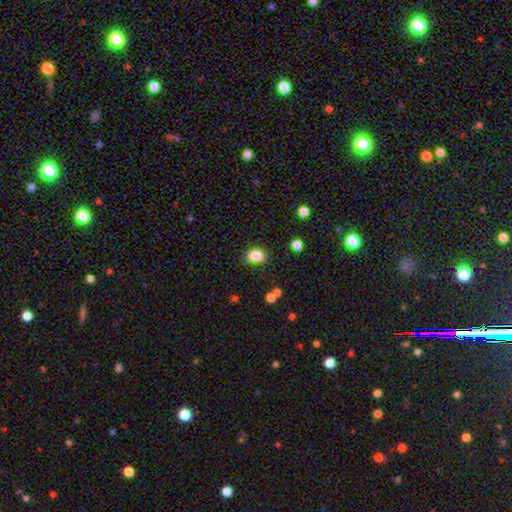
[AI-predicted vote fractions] Overall: smooth (84%). How rounded: in between (52%; round 47%). Merging: none (82%).